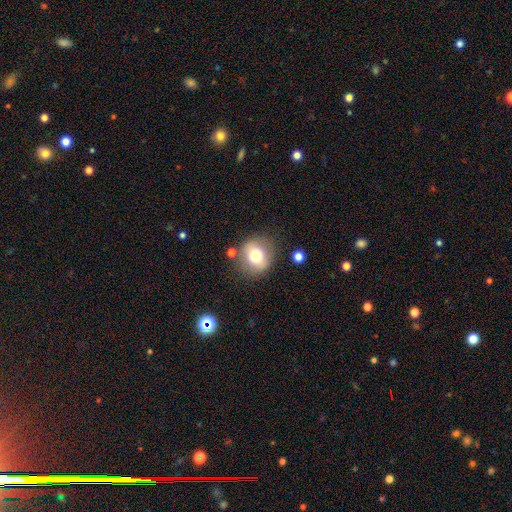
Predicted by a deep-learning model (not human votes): The model was most divided on "smooth or featured": smooth: 70%, featured or disk: 19%, star or artifact: 10%. More confident: how rounded — round (83%); merging — none (79%).